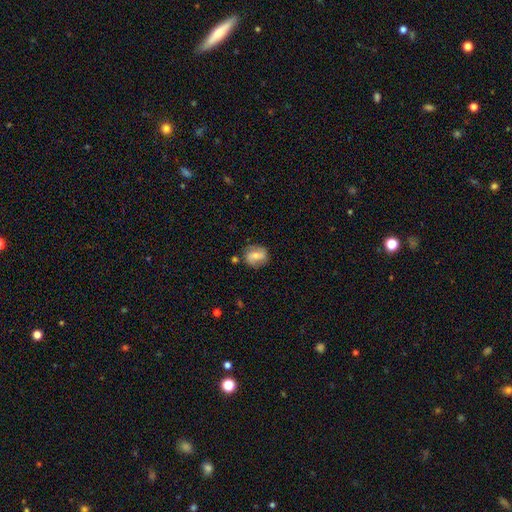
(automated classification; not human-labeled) Smooth or featured? Predicted: smooth (p=0.51). How rounded? Predicted: round (p=0.64). Merging? Predicted: none (p=0.72).